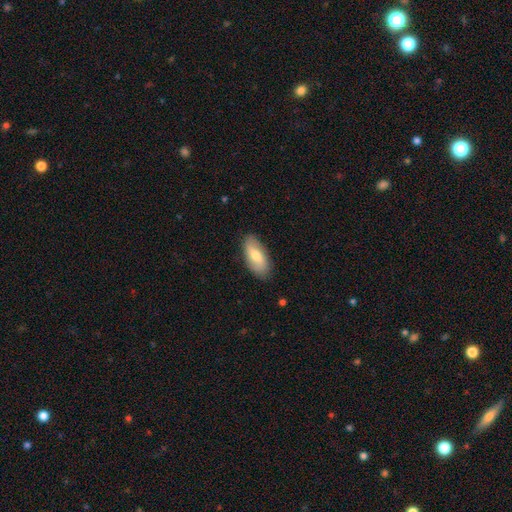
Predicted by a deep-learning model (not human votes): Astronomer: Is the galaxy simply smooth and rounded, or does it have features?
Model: smooth — 63%.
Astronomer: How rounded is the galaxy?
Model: in between — 88%.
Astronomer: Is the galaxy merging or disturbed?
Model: none — 84%.